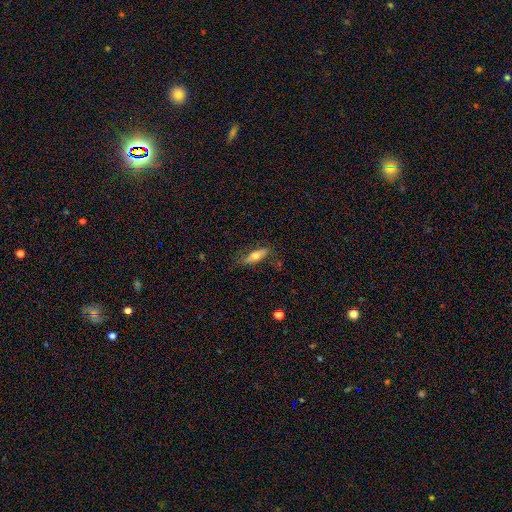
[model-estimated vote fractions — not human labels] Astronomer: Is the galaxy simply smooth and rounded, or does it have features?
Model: smooth — 62%.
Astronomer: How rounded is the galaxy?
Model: in between — 52% (runner-up: cigar-shaped, 46%).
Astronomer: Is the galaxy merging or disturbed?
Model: none — 71%.